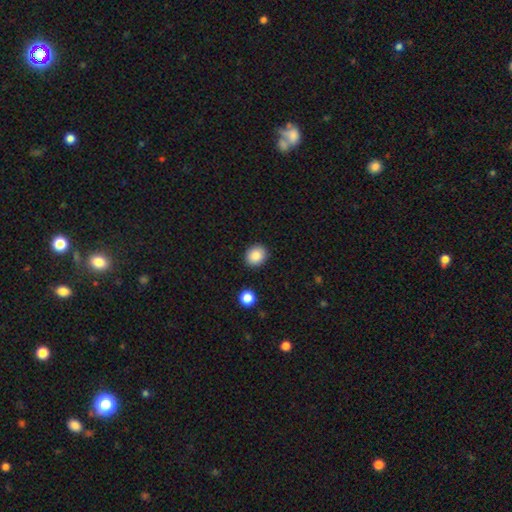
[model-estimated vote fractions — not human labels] Morphology: type=smooth (88%); roundness=round (64%); merging=none (89%).